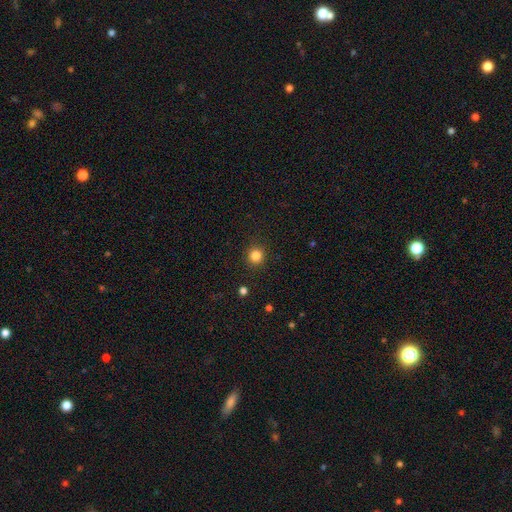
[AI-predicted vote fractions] Smooth or featured: smooth — 83% (star or artifact — 12%)
How rounded: round — 94% (in between — 6%)
Merging: none — 91% (minor disturbance — 5%)